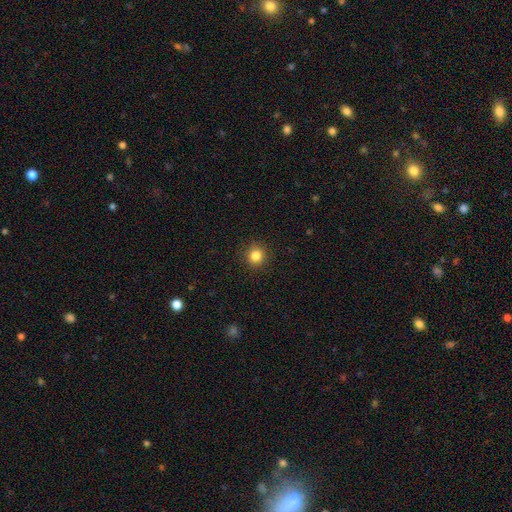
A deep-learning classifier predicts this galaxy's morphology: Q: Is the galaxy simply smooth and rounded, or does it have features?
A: smooth — 84%.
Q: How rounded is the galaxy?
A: round — 92%.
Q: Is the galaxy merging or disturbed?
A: none — 91%.